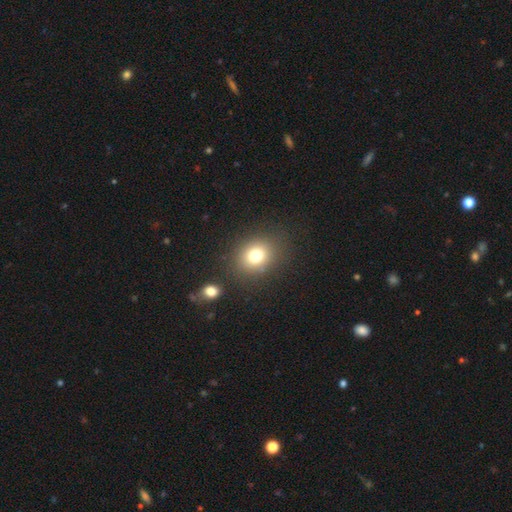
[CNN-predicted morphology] Smooth or featured? Predicted: smooth (p=0.76). How rounded? Predicted: round (p=0.61). Merging? Predicted: none (p=0.81).